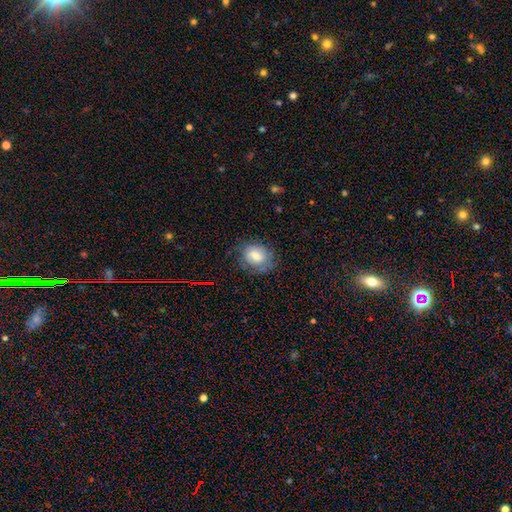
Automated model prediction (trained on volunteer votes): Morphology: type=smooth (59%); roundness=in between (53%); merging=none (66%).